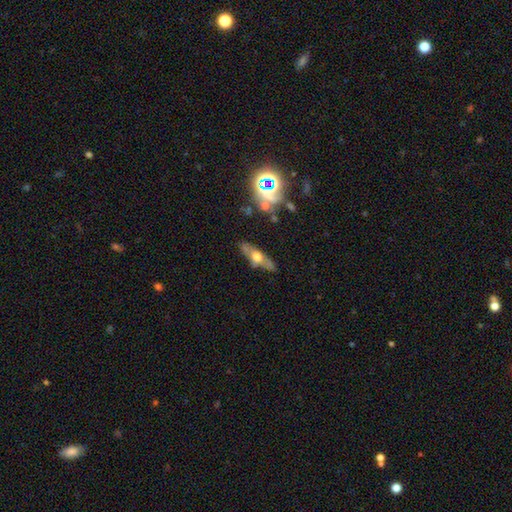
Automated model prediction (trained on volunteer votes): This appears to be a featured or disk galaxy (53%) viewed edge-on (65%). Merging: none (72%).